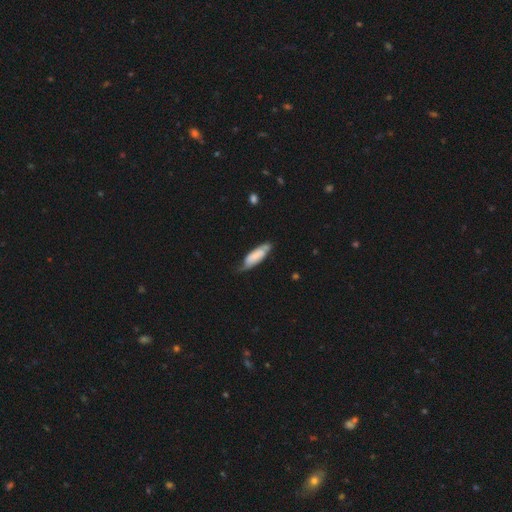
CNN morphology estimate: Smooth or featured? Predicted: smooth (p=0.54). How rounded? Predicted: in between (p=0.55). Merging? Predicted: none (p=0.54).